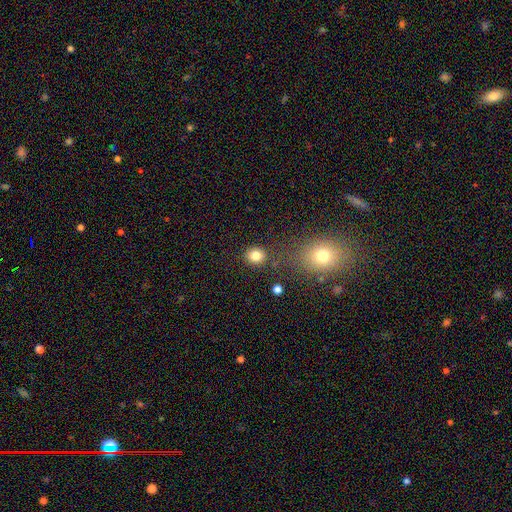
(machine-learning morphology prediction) Smooth or featured? Predicted: smooth (p=0.81). How rounded? Predicted: round (p=0.81). Merging? Predicted: none (p=0.82).